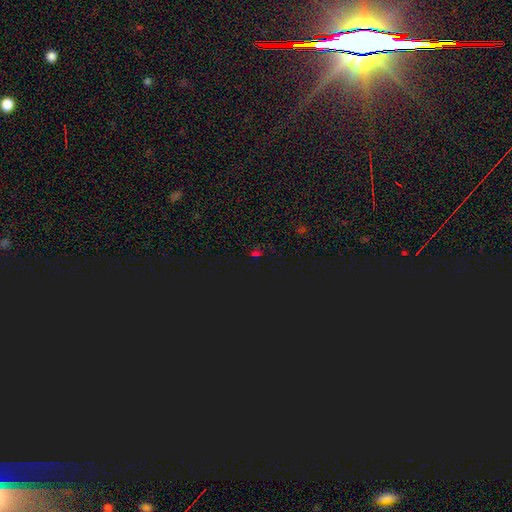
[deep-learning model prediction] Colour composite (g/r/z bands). It shows a star or artifact, not a galaxy (68%).